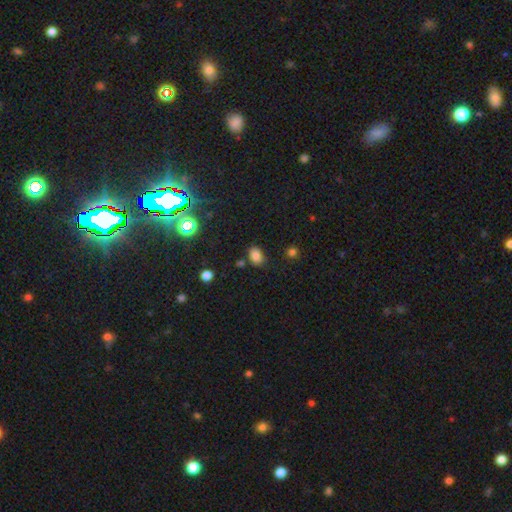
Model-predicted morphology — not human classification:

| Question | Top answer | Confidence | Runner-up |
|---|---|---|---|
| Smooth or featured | smooth | 79% | star or artifact (15%) |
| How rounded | in between | 75% | round (24%) |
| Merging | none | 78% | minor disturbance (14%) |